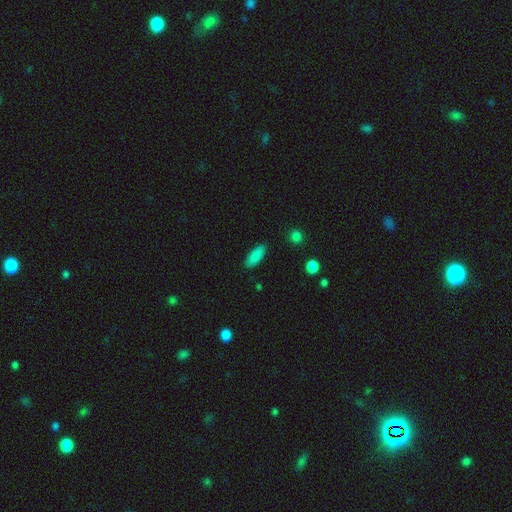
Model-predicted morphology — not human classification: smooth-or-featured: smooth: 87% | star or artifact: 7% | featured or disk: 6%
  how-rounded: in between: 76% | cigar-shaped: 22% | round: 2%
  merging: none: 86% | minor disturbance: 10% | major disturbance: 2% | merger: 1%